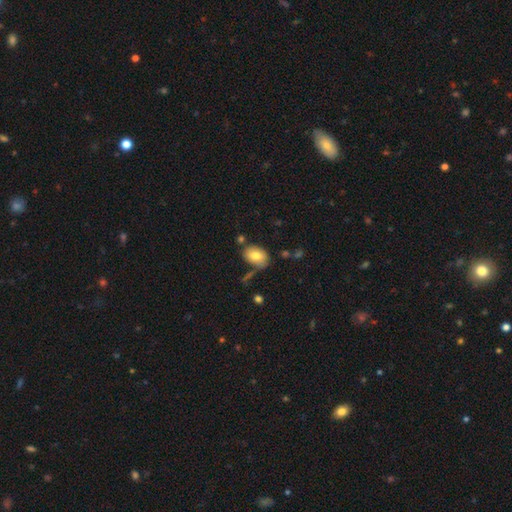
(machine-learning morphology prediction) smooth_or_featured: smooth (p=0.76) [alt: featured or disk p=0.16]
how_rounded: in between (p=0.82) [alt: round p=0.17]
merging: none (p=0.65) [alt: minor disturbance p=0.20]